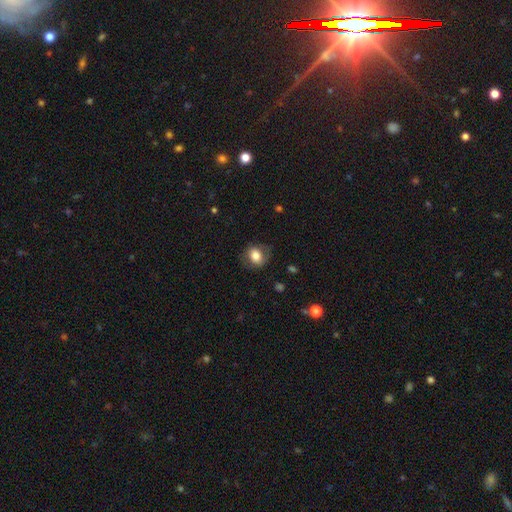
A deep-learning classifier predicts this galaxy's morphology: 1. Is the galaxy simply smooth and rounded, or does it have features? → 75% smooth, 17% featured or disk, 8% star or artifact.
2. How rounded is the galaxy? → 51% round, 48% in between, 1% cigar-shaped.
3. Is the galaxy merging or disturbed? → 73% none, 18% minor disturbance, 8% major disturbance, 1% merger.